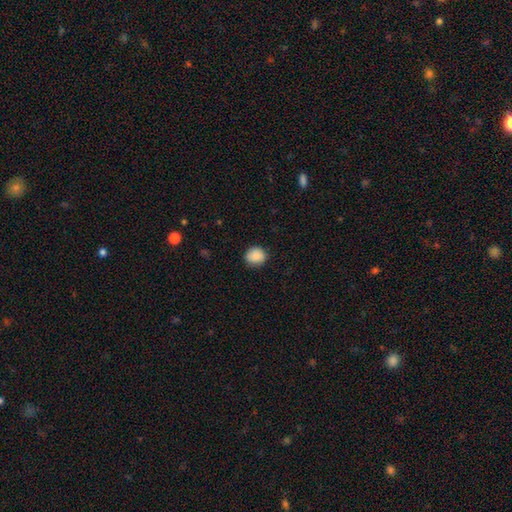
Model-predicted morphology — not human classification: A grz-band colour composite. It shows a smooth galaxy with no disk features (88%) that is round (85%). Merging: none (87%).